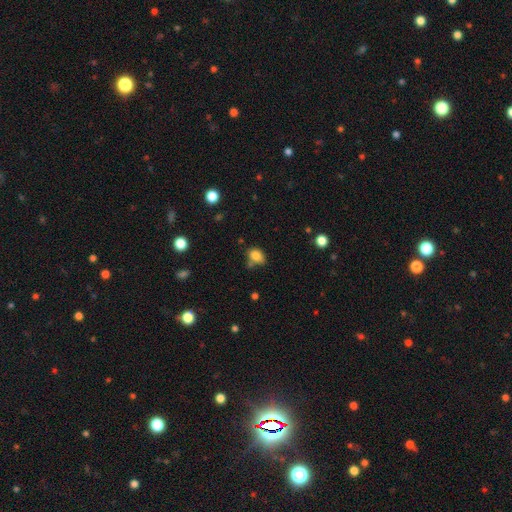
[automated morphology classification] Smooth or featured?
  - smooth: 83% *
  - star or artifact: 11%
  - featured or disk: 6%
How rounded?
  - in between: 69% *
  - round: 30%
  - cigar-shaped: 1%
Merging?
  - none: 62% *
  - minor disturbance: 21%
  - merger: 12%
  - major disturbance: 6%